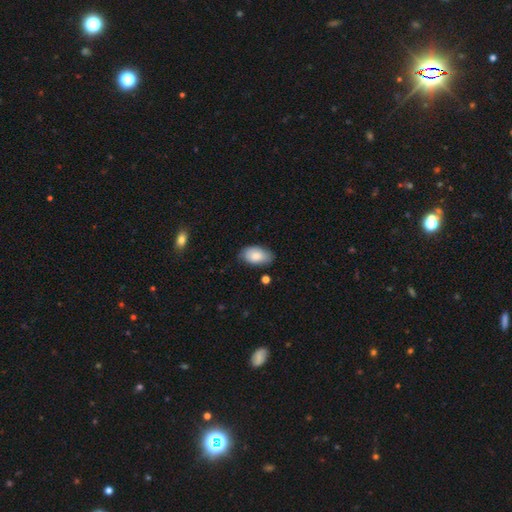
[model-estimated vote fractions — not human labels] The model was most divided on "merging": none: 74%, minor disturbance: 21%, major disturbance: 4%, merger: 2%. More confident: how rounded — in between (94%); smooth or featured — smooth (82%).